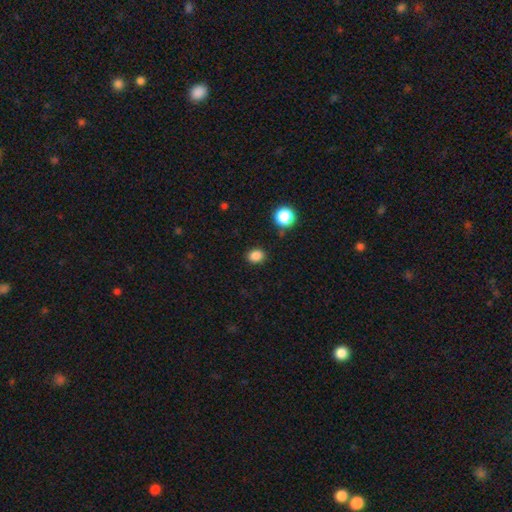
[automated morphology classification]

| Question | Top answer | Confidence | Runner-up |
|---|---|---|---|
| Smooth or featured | smooth | 85% | star or artifact (12%) |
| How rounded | round | 57% | in between (42%) |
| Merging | none | 87% | minor disturbance (8%) |